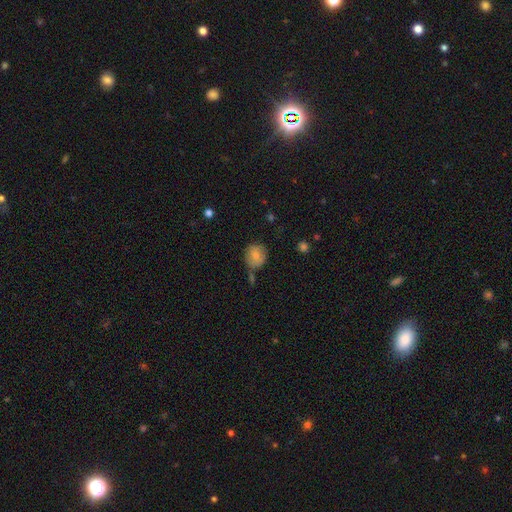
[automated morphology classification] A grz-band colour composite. It shows a smooth galaxy with no disk features (78%) that is round (78%). Merging: none (61%).